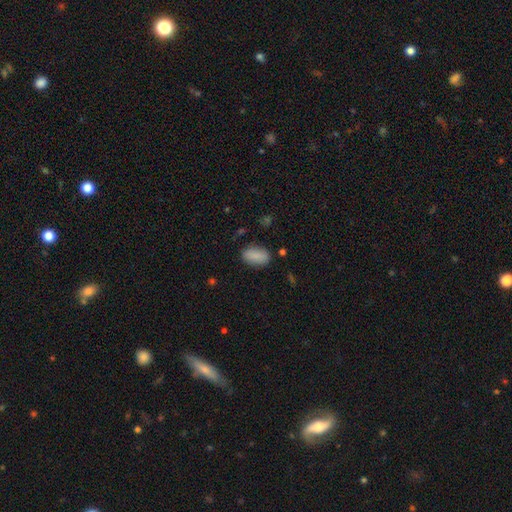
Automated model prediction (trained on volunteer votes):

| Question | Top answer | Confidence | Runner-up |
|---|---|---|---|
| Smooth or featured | smooth | 88% | star or artifact (7%) |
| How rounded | in between | 92% | cigar-shaped (4%) |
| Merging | none | 83% | minor disturbance (12%) |